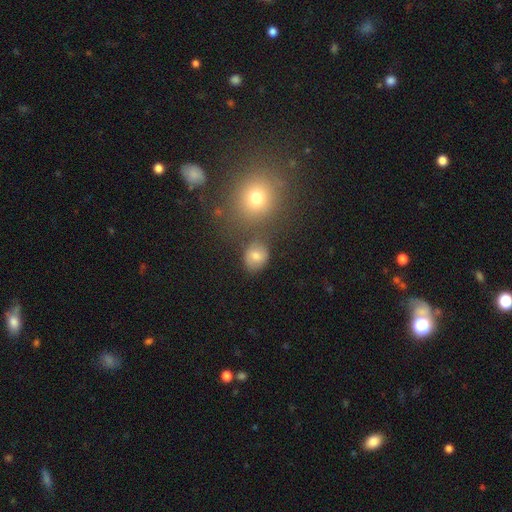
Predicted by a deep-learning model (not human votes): This is likely a smooth galaxy (74%). How rounded: likely round (63%). Merging: likely none (71%).